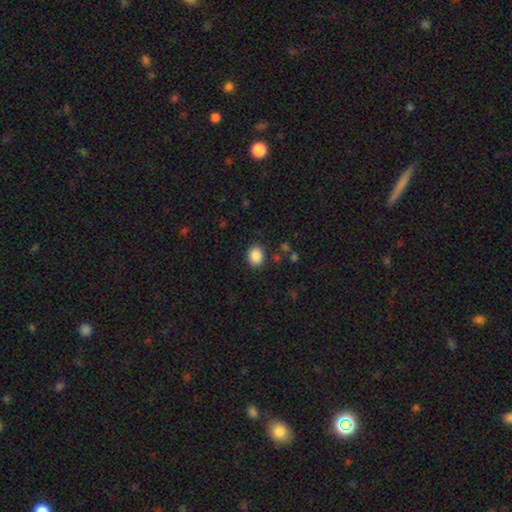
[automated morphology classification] smooth 87%, star or artifact 9%, featured or disk 4%. Down the decision tree: how rounded — round (57%); merging — none (87%).